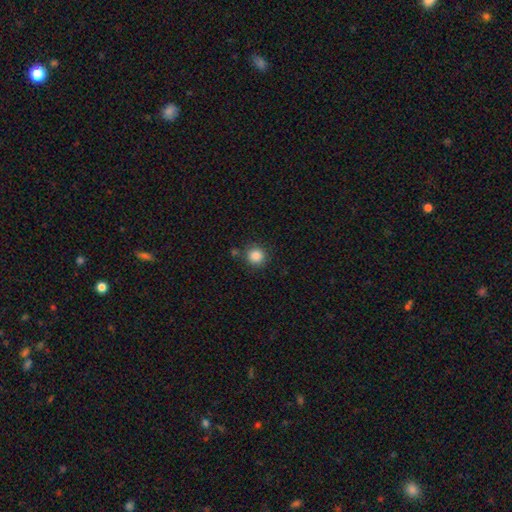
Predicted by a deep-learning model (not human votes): Morphology: type=smooth (86%); roundness=round (93%); merging=none (83%).